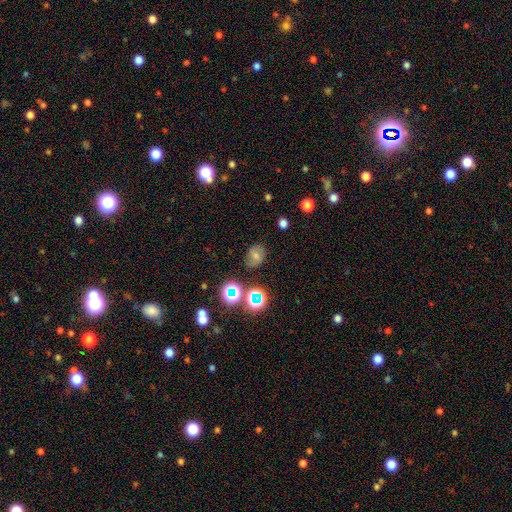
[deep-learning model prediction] Smooth or featured: smooth — 51% (featured or disk — 27%)
How rounded: round — 50% (in between — 49%)
Merging: none — 73% (minor disturbance — 17%)